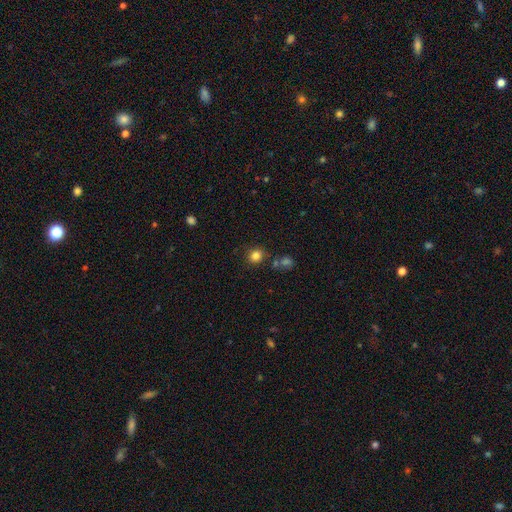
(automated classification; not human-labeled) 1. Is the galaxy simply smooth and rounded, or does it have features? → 82% smooth, 13% star or artifact, 5% featured or disk.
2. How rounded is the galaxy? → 85% round, 14% in between, 1% cigar-shaped.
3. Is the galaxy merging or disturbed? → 79% none, 10% minor disturbance, 8% merger, 3% major disturbance.